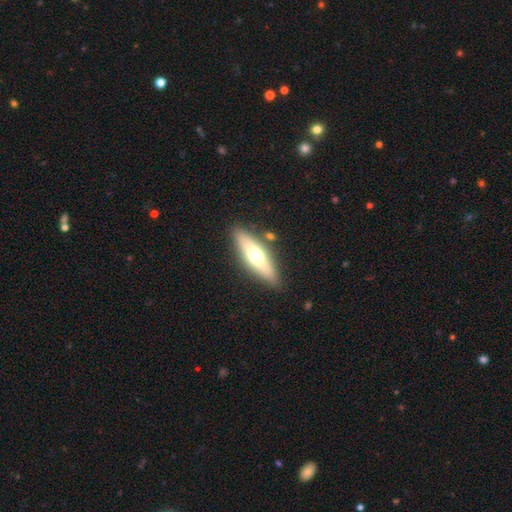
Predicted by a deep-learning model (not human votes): Overall: smooth (50%; featured or disk 44%). Merging: none (84%).